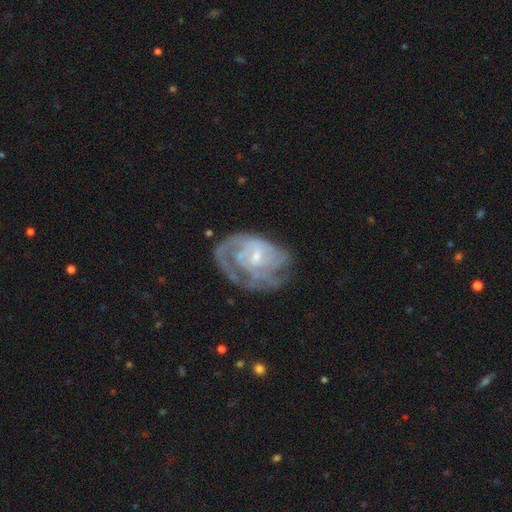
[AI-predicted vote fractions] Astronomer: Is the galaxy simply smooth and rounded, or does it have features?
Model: featured or disk — 79%.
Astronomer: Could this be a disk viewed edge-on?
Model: no — 97%.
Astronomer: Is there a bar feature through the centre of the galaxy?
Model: no — 55% (runner-up: weak, 38%).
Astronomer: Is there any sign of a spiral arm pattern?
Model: yes — 78%.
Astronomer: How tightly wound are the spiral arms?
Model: tight — 52% (runner-up: medium, 34%).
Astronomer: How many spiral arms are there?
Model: can't tell — 49%.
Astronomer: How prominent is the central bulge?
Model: small — 66%.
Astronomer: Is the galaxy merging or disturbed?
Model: none — 45% (runner-up: major disturbance, 28%).